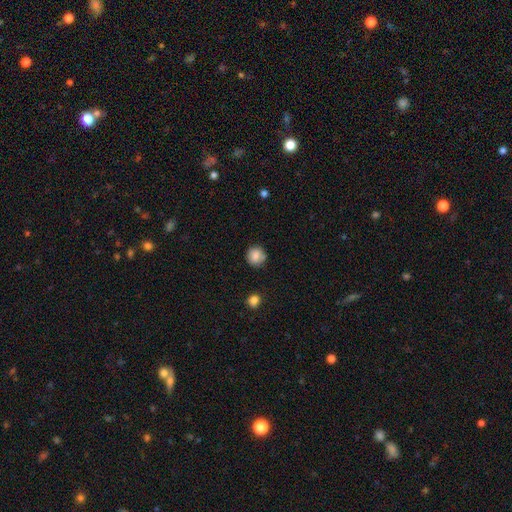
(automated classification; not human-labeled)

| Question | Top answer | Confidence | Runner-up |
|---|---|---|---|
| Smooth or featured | smooth | 82% | featured or disk (9%) |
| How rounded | round | 89% | in between (10%) |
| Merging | none | 78% | minor disturbance (15%) |